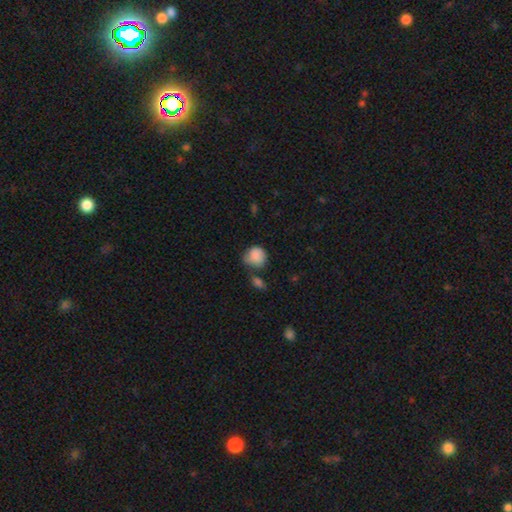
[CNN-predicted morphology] A smooth galaxy with no disk features (84%) that is round (76%). Merging: none (44%).